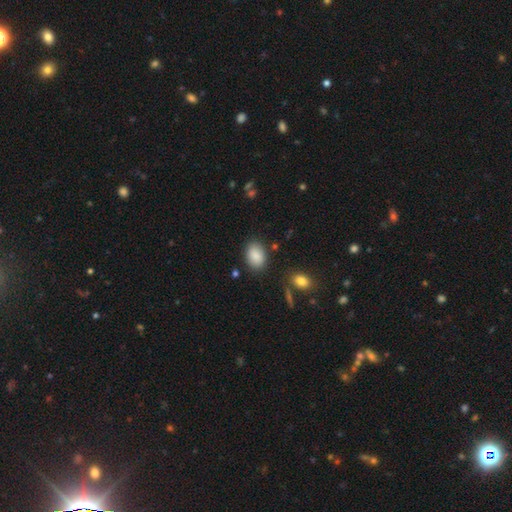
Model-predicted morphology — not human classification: smooth_or_featured: smooth (p=0.88) [alt: star or artifact p=0.07]
how_rounded: in between (p=0.83) [alt: round p=0.16]
merging: none (p=0.83) [alt: minor disturbance p=0.11]